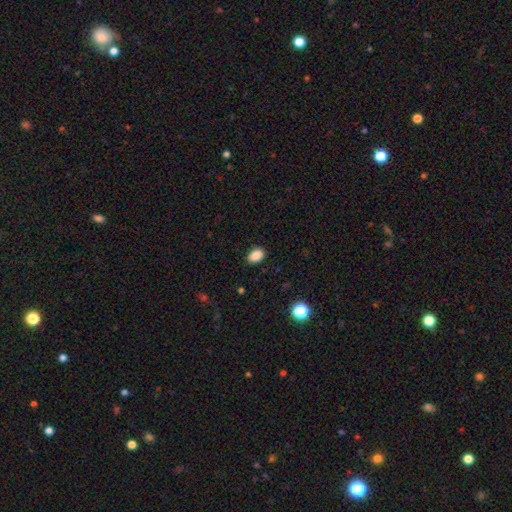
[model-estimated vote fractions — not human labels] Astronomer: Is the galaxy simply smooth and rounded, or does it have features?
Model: smooth — 87%.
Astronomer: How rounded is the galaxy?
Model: in between — 80%.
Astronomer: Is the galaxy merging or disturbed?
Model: none — 88%.